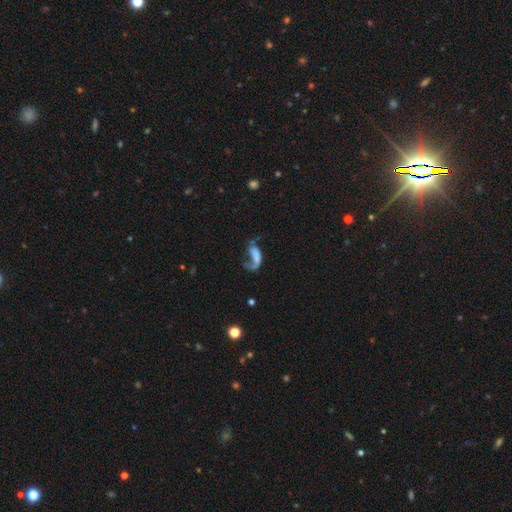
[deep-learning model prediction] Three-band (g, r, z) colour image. It shows a featured or disk galaxy (49%). Merging: major disturbance (53%).